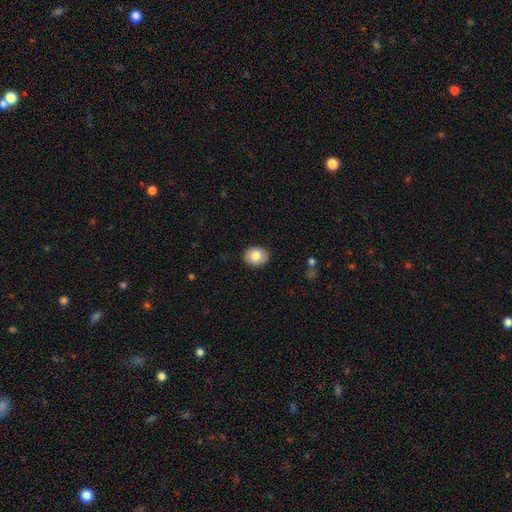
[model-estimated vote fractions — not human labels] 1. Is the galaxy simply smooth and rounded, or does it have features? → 81% smooth, 11% featured or disk, 8% star or artifact.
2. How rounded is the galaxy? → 51% in between, 48% round, 1% cigar-shaped.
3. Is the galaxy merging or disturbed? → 89% none, 8% minor disturbance, 2% major disturbance, 1% merger.